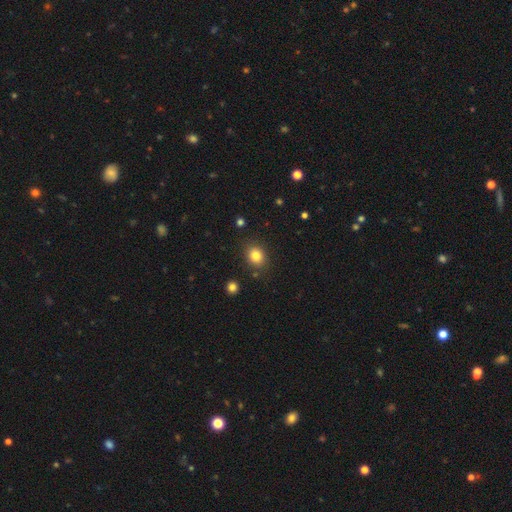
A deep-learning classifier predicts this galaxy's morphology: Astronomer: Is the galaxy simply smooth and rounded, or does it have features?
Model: smooth — 83%.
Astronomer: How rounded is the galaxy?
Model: round — 59% (runner-up: in between, 40%).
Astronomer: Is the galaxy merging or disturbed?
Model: none — 85%.